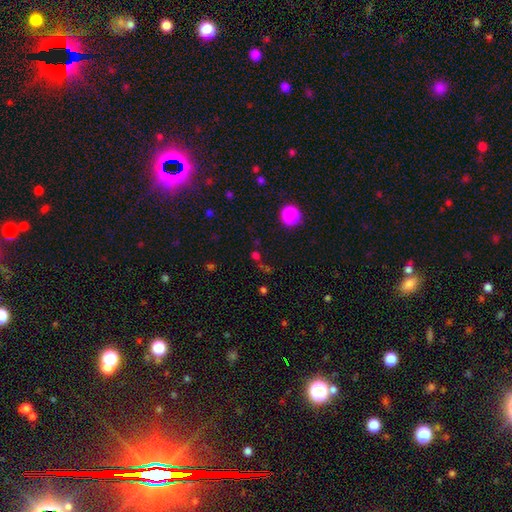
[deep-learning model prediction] Morphology: type=smooth (53%); roundness=round (70%); merging=none (60%).